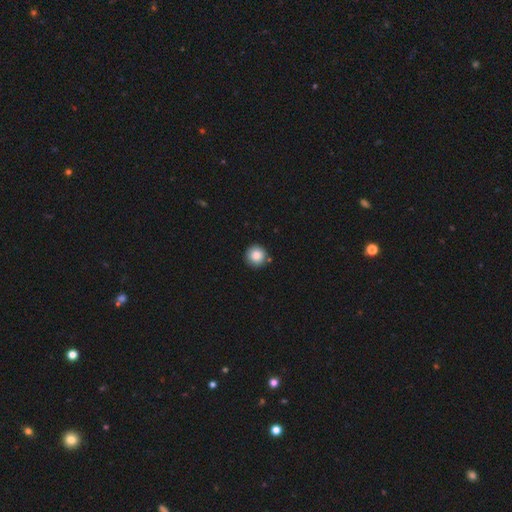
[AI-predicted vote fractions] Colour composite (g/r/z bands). It shows a smooth galaxy with no disk features (86%) that is round (95%). Merging: none (87%).